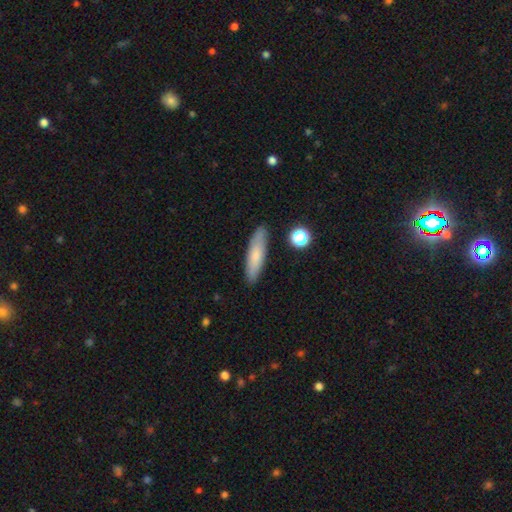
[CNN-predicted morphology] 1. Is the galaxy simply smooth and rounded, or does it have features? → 76% smooth, 17% featured or disk, 7% star or artifact.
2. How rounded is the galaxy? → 71% cigar-shaped, 27% in between, 2% round.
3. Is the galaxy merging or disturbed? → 87% none, 9% minor disturbance, 2% merger, 2% major disturbance.